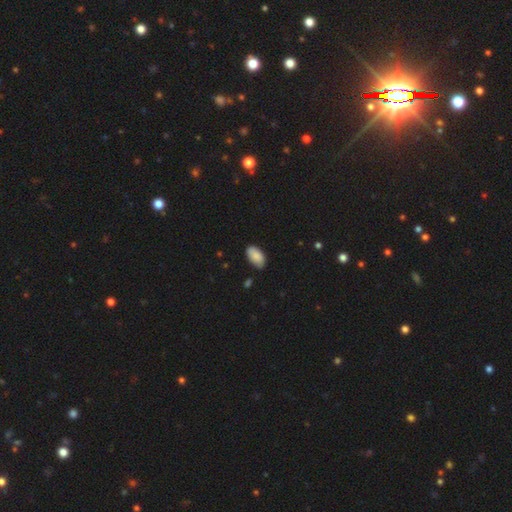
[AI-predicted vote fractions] The model was most divided on "merging": none: 77%, minor disturbance: 19%, major disturbance: 3%, merger: 2%. More confident: how rounded — in between (95%); smooth or featured — smooth (86%).